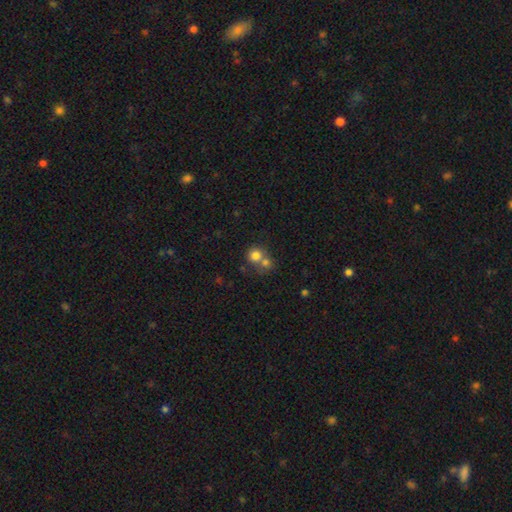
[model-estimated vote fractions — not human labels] A smooth galaxy with no disk features (78%) that is round (85%). Merging: merger (52%).